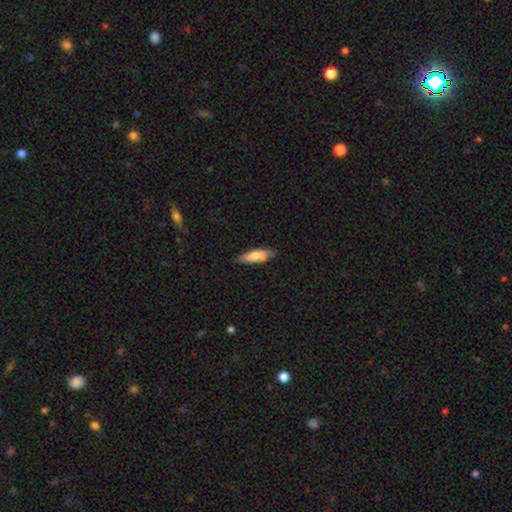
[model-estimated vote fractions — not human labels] smooth_or_featured: smooth (p=0.73) [alt: featured or disk p=0.21]
how_rounded: cigar-shaped (p=0.59) [alt: in between p=0.39]
merging: none (p=0.78) [alt: minor disturbance p=0.17]